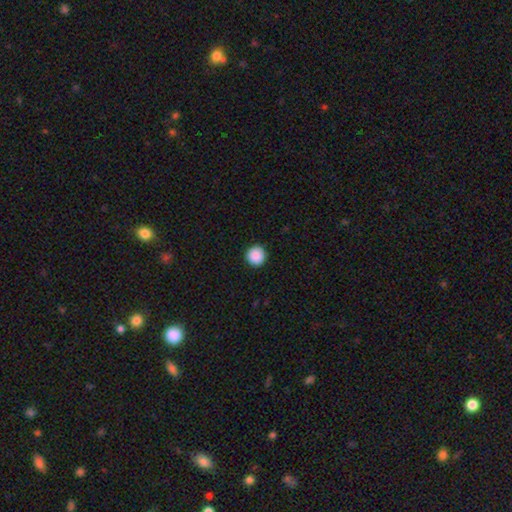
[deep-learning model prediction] Smooth or featured: smooth — 89% (star or artifact — 9%)
How rounded: round — 95% (in between — 4%)
Merging: none — 92% (minor disturbance — 5%)